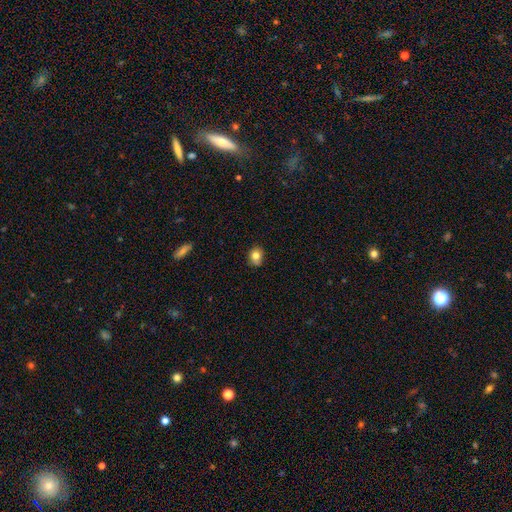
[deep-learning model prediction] Overall: smooth (79%). How rounded: round (56%; in between 43%). Merging: none (78%).